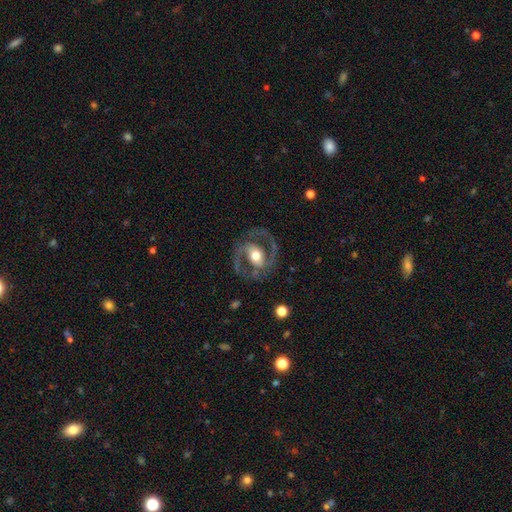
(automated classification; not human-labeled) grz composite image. It shows a featured or disk galaxy (88%) with a weak bar (38%), 2 (93%) medium (63%) spiral arms (94%) and a moderate central bulge (65%). Merging: none (80%).